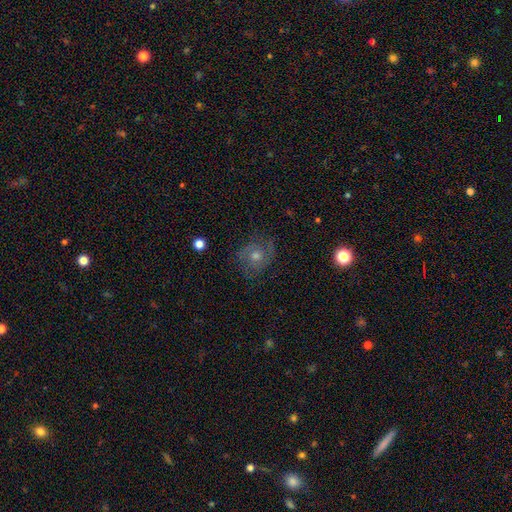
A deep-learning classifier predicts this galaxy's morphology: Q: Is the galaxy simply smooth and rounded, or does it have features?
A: featured or disk — 68%.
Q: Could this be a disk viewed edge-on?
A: no — 97%.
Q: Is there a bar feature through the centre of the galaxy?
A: no — 76%.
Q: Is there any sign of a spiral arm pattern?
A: yes — 91%.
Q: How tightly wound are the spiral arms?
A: tight — 45%.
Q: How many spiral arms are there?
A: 2 — 48%.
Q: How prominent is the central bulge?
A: moderate — 63%.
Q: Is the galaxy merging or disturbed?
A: none — 77%.